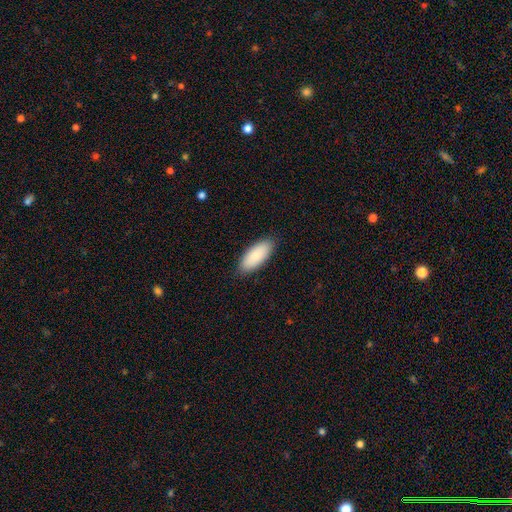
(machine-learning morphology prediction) This appears to be a smooth galaxy with no disk features (88%) that is in between round and cigar-shaped (83%). Merging: none (88%).